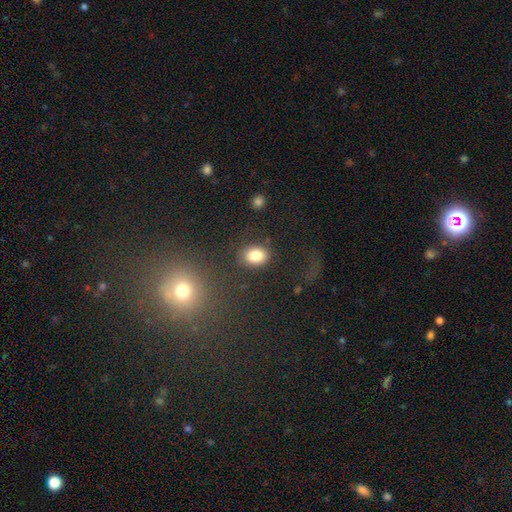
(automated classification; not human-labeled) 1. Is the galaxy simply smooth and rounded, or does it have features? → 82% smooth, 10% star or artifact, 8% featured or disk.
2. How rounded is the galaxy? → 53% in between, 46% round, 1% cigar-shaped.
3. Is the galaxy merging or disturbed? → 79% none, 12% minor disturbance, 6% major disturbance, 4% merger.